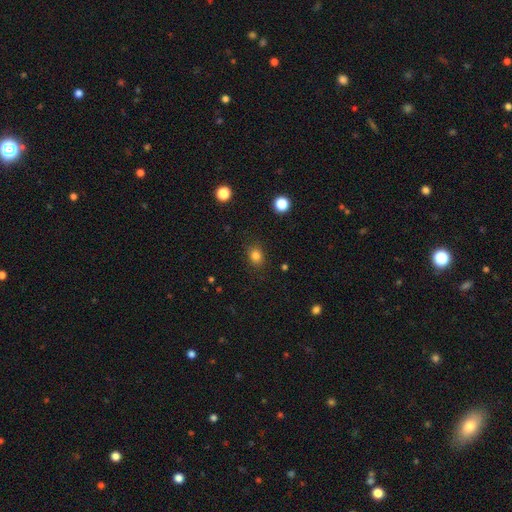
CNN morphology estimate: This is clearly a smooth galaxy (83%). How rounded: likely round (60%). Merging: clearly none (86%).